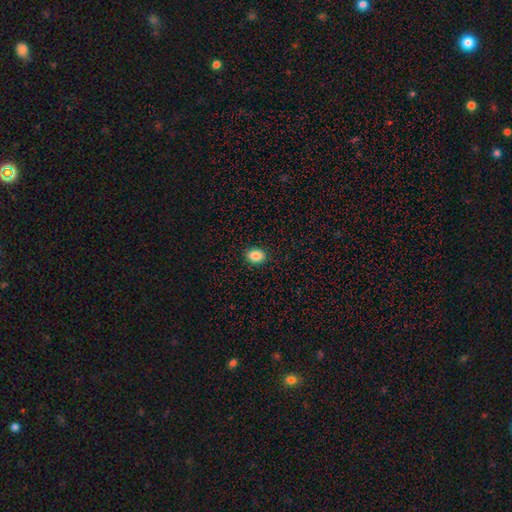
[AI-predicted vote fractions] Smooth or featured?
  - smooth: 87% *
  - star or artifact: 9%
  - featured or disk: 5%
How rounded?
  - in between: 68% *
  - round: 31%
  - cigar-shaped: 1%
Merging?
  - none: 90% *
  - minor disturbance: 7%
  - major disturbance: 2%
  - merger: 1%